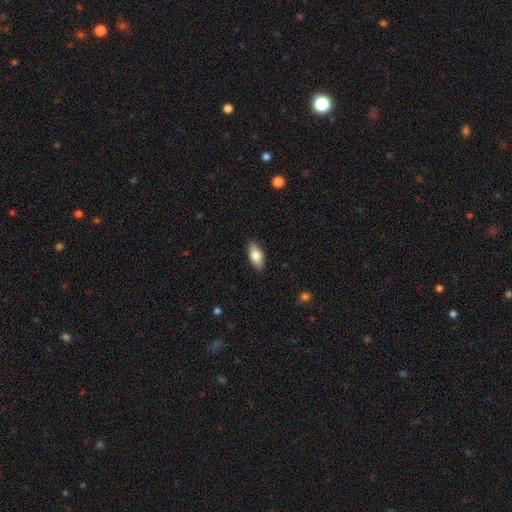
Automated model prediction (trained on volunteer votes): A smooth galaxy with no disk features (81%) that is in between round and cigar-shaped (89%). Merging: none (88%).